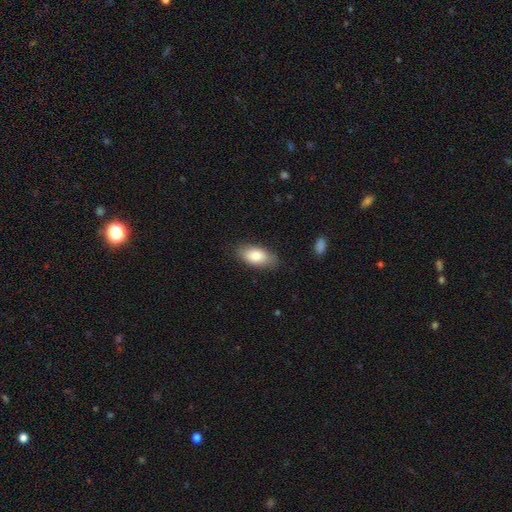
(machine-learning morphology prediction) smooth 84%, featured or disk 10%, star or artifact 6%. Down the decision tree: how rounded — in between (91%); merging — none (83%).